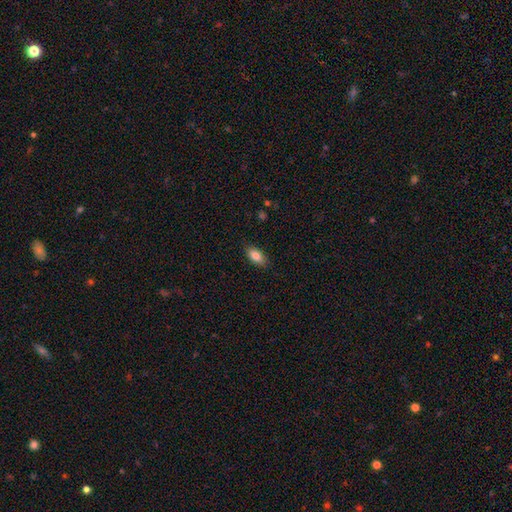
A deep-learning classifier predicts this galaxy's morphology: smooth 84%, featured or disk 9%, star or artifact 7%. Down the decision tree: how rounded — in between (89%); merging — none (85%).